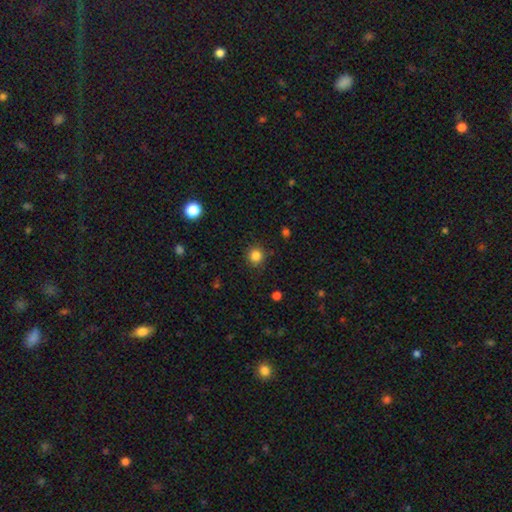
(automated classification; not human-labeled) smooth 84%, star or artifact 12%, featured or disk 4%. Down the decision tree: how rounded — round (93%); merging — none (89%).